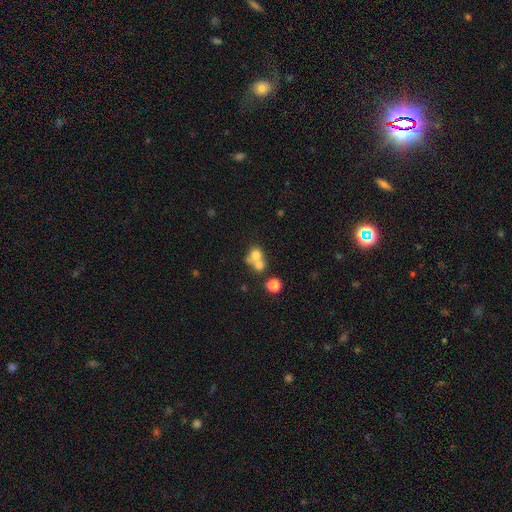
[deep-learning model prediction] smooth 69%, featured or disk 18%, star or artifact 13%. Down the decision tree: how rounded — round (76%); merging — merger (60%).